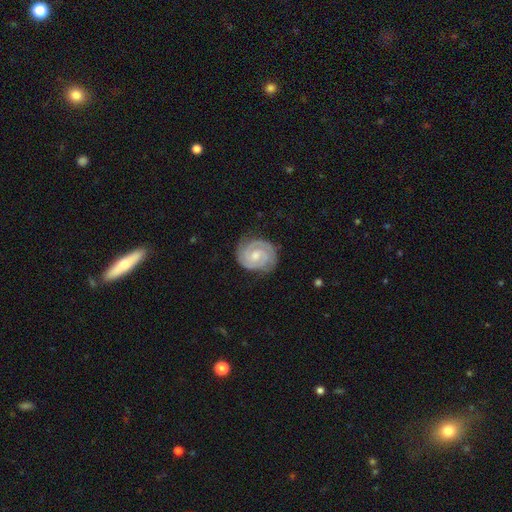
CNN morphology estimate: A featured or disk galaxy (89%) with no bar (51%), 2 (86%) tight (77%) spiral arms (98%) and a moderate central bulge (49%).

Vote fractions:
- Smooth or featured? featured or disk: 89% / smooth: 7% / star or artifact: 4%
- Edge-on disk? no: 98% / yes: 2%
- Bar? no: 51% / weak: 40% / strong: 9%
- Spiral arms? yes: 98% / no: 2%
- Spiral winding? tight: 77% / medium: 21% / loose: 3%
- Spiral arm count? 2: 86% / 3: 6% / can't tell: 4% / 1: 1% / 4: 1% / more than 4: 1%
- Bulge size? moderate: 49% / small: 42% / none: 6% / large: 2% / dominant: 1%
- Merging? none: 82% / minor disturbance: 13% / major disturbance: 3% / merger: 1%